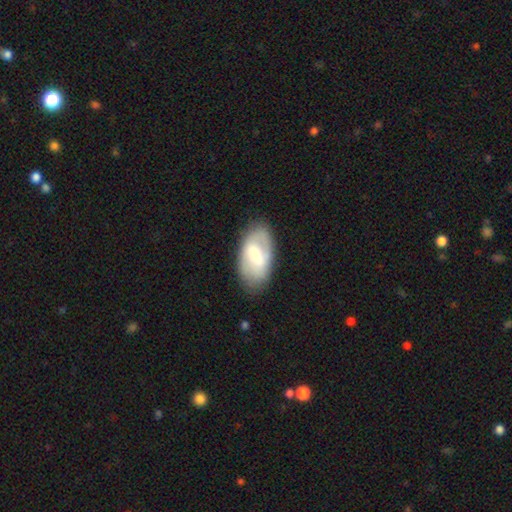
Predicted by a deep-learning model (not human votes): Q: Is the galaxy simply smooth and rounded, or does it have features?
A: featured or disk — 49%.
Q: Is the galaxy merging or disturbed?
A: none — 80%.